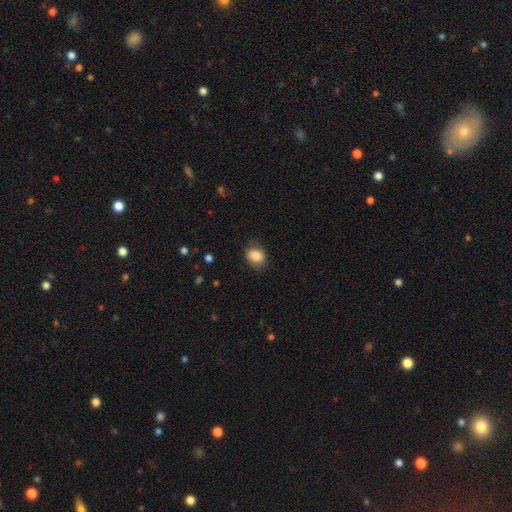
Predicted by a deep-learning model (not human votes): smooth_or_featured: smooth (p=0.86) [alt: star or artifact p=0.08]
how_rounded: in between (p=0.57) [alt: round p=0.42]
merging: none (p=0.77) [alt: minor disturbance p=0.17]